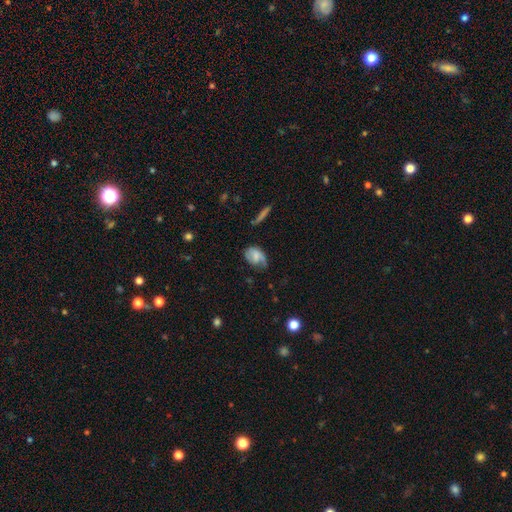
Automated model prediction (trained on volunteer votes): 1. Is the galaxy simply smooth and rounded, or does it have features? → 46% smooth (tied), 46% featured or disk (tied), 8% star or artifact.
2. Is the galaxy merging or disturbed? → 41% none, 33% minor disturbance, 24% major disturbance, 3% merger.